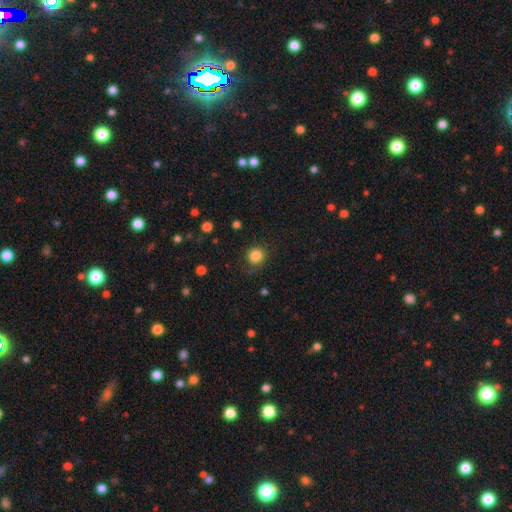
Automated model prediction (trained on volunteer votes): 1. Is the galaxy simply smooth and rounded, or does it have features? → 85% smooth, 10% star or artifact, 5% featured or disk.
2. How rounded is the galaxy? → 87% round, 12% in between, 1% cigar-shaped.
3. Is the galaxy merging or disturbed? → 77% none, 15% minor disturbance, 6% major disturbance, 1% merger.